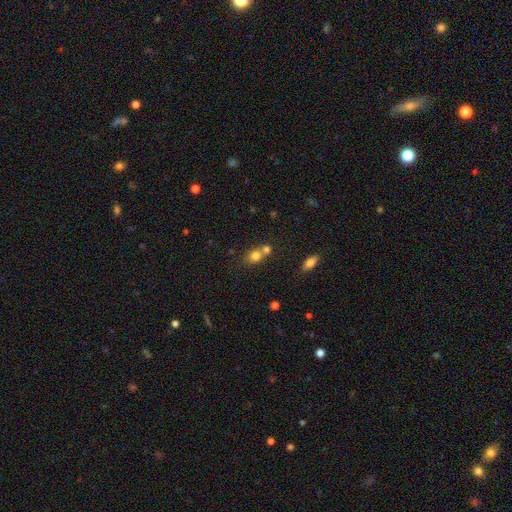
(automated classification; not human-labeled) Morphology: type=smooth (77%); roundness=round (60%); merging=merger (48%).